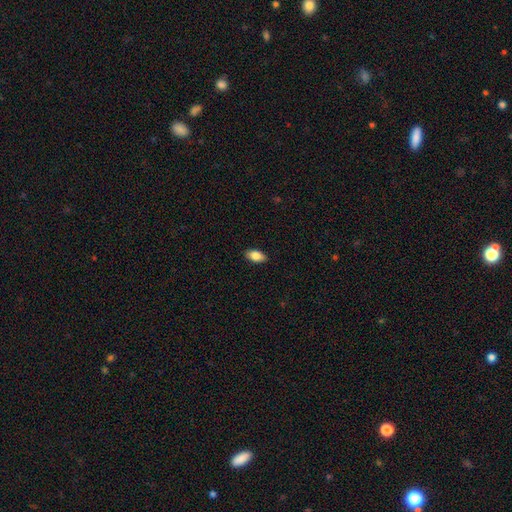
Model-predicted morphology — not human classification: Smooth or featured?
  - smooth: 86% *
  - featured or disk: 7%
  - star or artifact: 7%
How rounded?
  - in between: 93% *
  - round: 4%
  - cigar-shaped: 4%
Merging?
  - none: 89% *
  - minor disturbance: 8%
  - major disturbance: 2%
  - merger: 1%